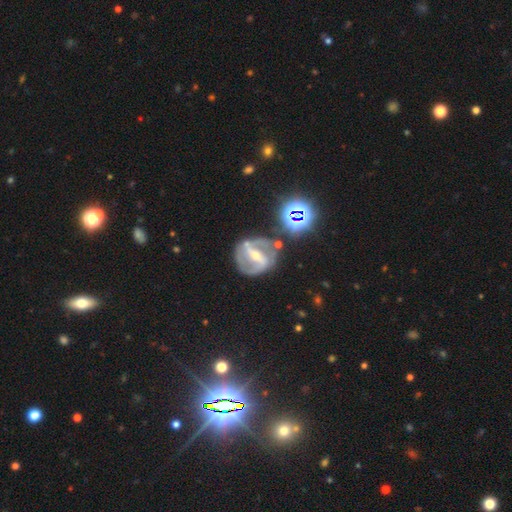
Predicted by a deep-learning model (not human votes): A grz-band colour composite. It shows a featured or disk galaxy (83%) with a strong bar (68%), 2 (84%) medium (47%) spiral arms (88%) and a small central bulge (54%). Merging: none (72%).